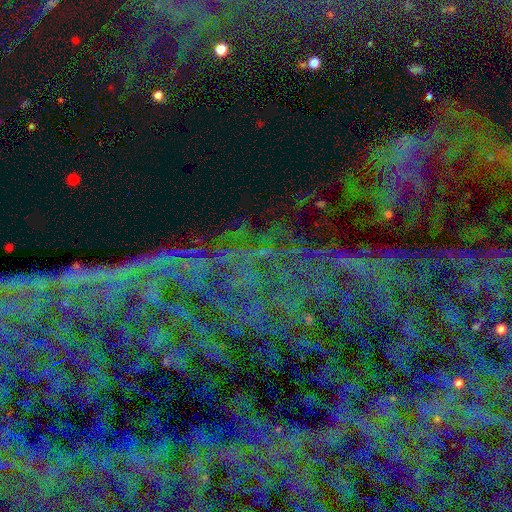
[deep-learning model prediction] Q: Smooth or featured?
A: star or artifact (84%); runner-up: featured or disk (8%)